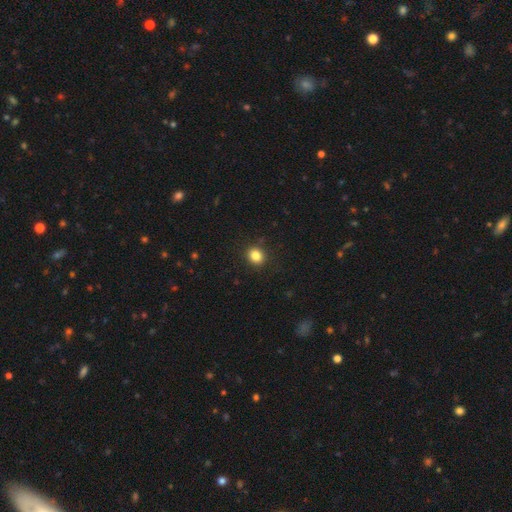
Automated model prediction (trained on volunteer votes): This is clearly a smooth galaxy (85%). How rounded: likely round (76%). Merging: clearly none (89%).